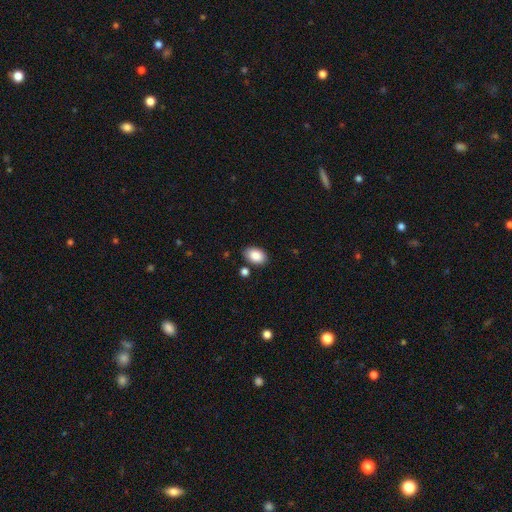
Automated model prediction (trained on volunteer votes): Morphology: type=smooth (88%); roundness=in between (87%); merging=none (81%).